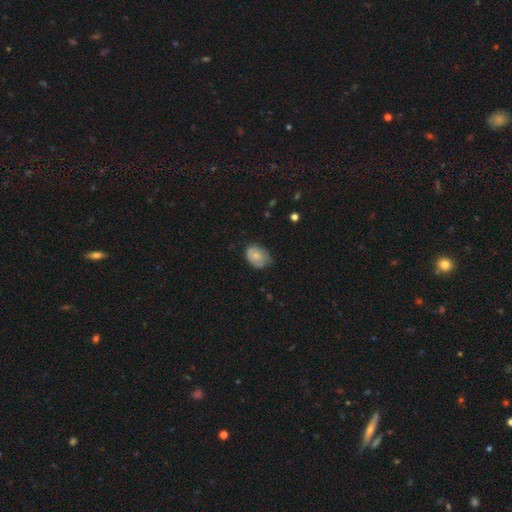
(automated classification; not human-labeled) Smooth or featured: smooth — 66% (featured or disk — 27%)
How rounded: in between — 68% (round — 31%)
Merging: none — 52% (minor disturbance — 38%)